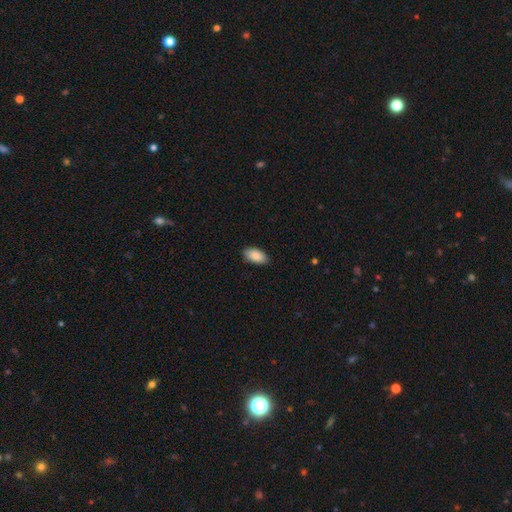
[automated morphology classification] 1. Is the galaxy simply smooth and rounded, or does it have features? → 88% smooth, 6% star or artifact, 5% featured or disk.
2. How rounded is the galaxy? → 94% in between, 4% cigar-shaped, 2% round.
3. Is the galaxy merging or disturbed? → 87% none, 10% minor disturbance, 2% major disturbance, 1% merger.